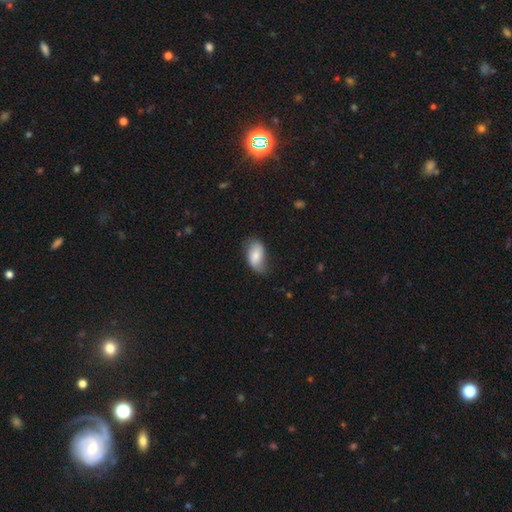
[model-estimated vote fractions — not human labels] A smooth galaxy with no disk features (74%) that is in between round and cigar-shaped (93%). Merging: none (56%).